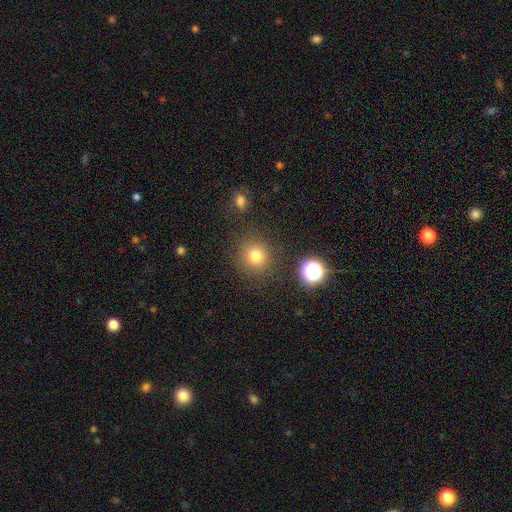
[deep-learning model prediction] Smooth or featured?
  - smooth: 79% *
  - star or artifact: 15%
  - featured or disk: 6%
How rounded?
  - round: 92% *
  - in between: 7%
  - cigar-shaped: 1%
Merging?
  - none: 86% *
  - minor disturbance: 8%
  - major disturbance: 3%
  - merger: 3%